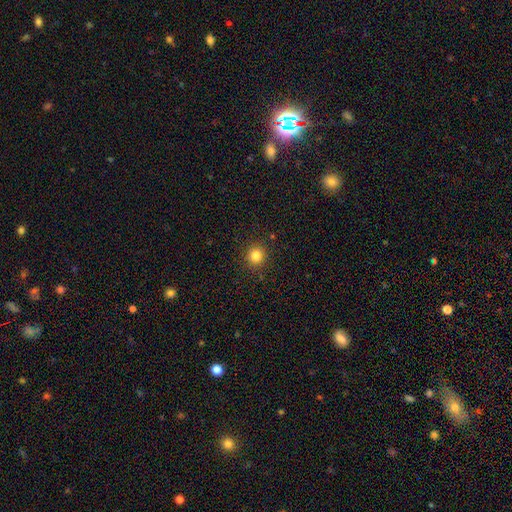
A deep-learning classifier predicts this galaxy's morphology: The model was most divided on "smooth or featured": smooth: 83%, star or artifact: 13%, featured or disk: 5%. More confident: how rounded — round (93%); merging — none (90%).